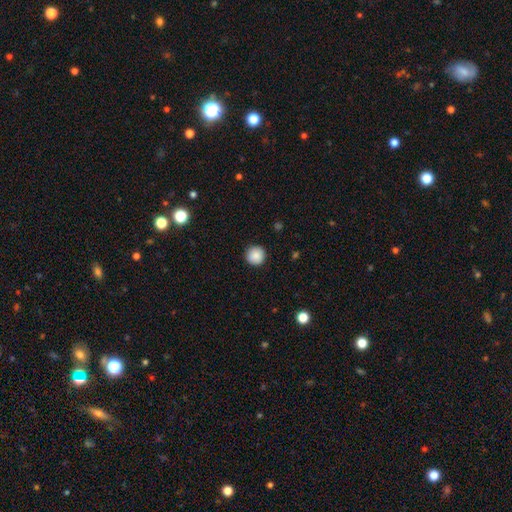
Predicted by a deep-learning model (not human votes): Overall: smooth (88%). How rounded: round (96%). Merging: none (92%).